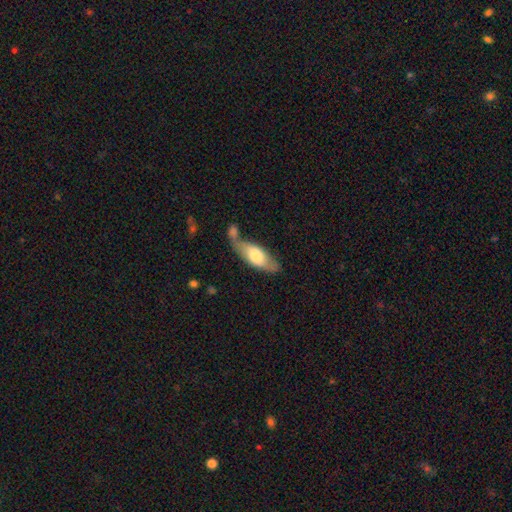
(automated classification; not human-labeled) The model was most divided on "merging": none: 46%, merger: 27%, minor disturbance: 19%, major disturbance: 7%. More confident: how rounded — in between (75%); smooth or featured — smooth (65%).